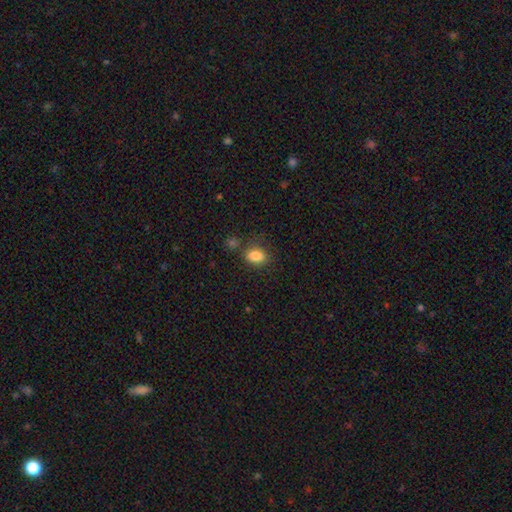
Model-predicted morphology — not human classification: Smooth or featured? smooth (85%)
How rounded? in between (80%)
Merging? none (74%)